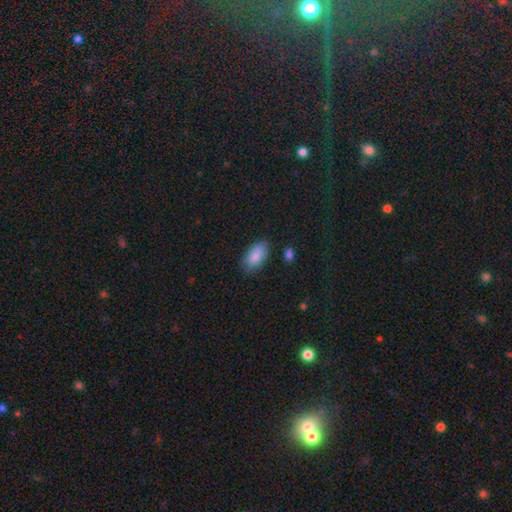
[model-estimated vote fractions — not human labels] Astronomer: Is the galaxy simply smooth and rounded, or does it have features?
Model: smooth — 87%.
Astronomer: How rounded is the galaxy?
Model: in between — 94%.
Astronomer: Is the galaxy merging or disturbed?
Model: none — 78%.